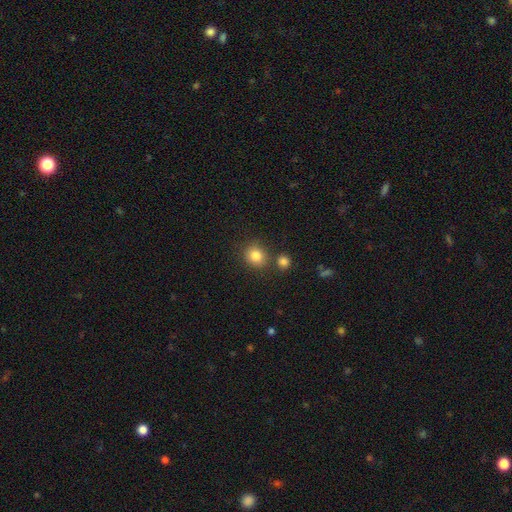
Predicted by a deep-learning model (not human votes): The model was most divided on "how rounded": round: 81%, in between: 18%, cigar-shaped: 1%. More confident: smooth or featured — smooth (83%); merging — none (75%).